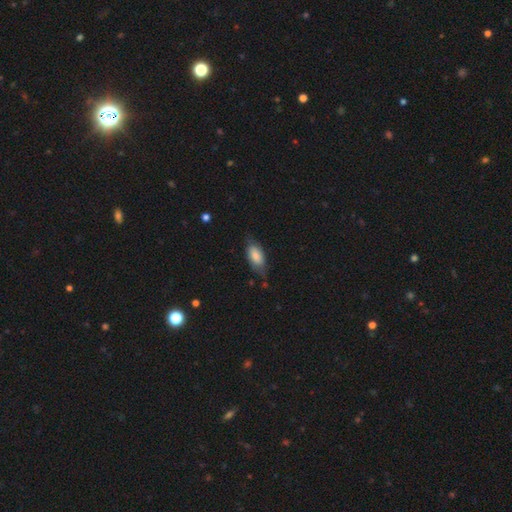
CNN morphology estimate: Smooth or featured? Predicted: smooth (p=0.71). How rounded? Predicted: in between (p=0.89). Merging? Predicted: none (p=0.60).